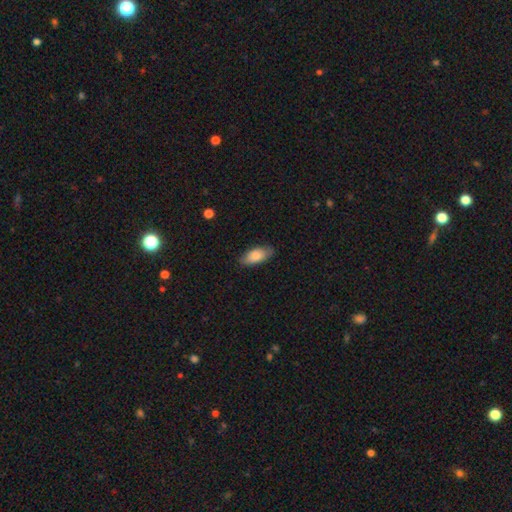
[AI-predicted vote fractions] Smooth or featured: smooth — 83% (featured or disk — 11%)
How rounded: in between — 87% (cigar-shaped — 11%)
Merging: none — 83% (minor disturbance — 14%)